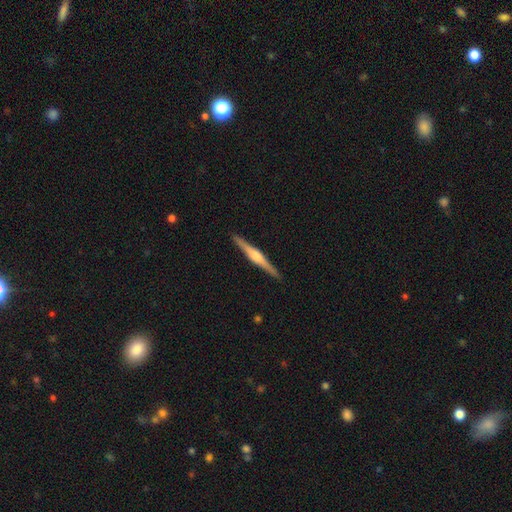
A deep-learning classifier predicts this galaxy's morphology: This is likely a featured or disk galaxy (79%). It is clearly viewed edge-on (98%). Edge-on bulge: likely rounded (68%). Merging: clearly none (92%).